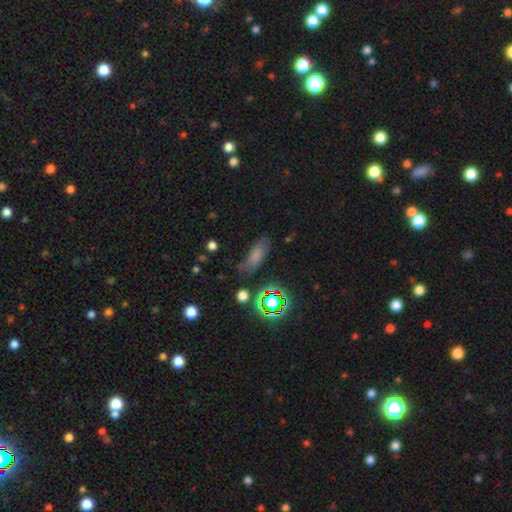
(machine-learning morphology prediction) Overall: smooth (62%). How rounded: in between (69%). Merging: none (63%; minor disturbance 23%).